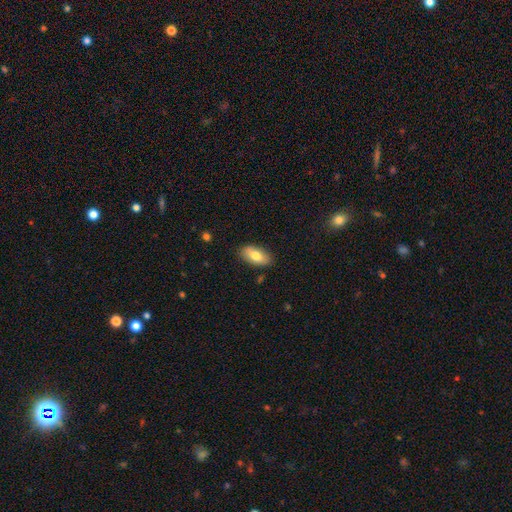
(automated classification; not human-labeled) Q: Smooth or featured?
A: smooth (76%); runner-up: featured or disk (17%)
Q: How rounded?
A: in between (91%); runner-up: cigar-shaped (5%)
Q: Merging?
A: none (86%); runner-up: minor disturbance (11%)